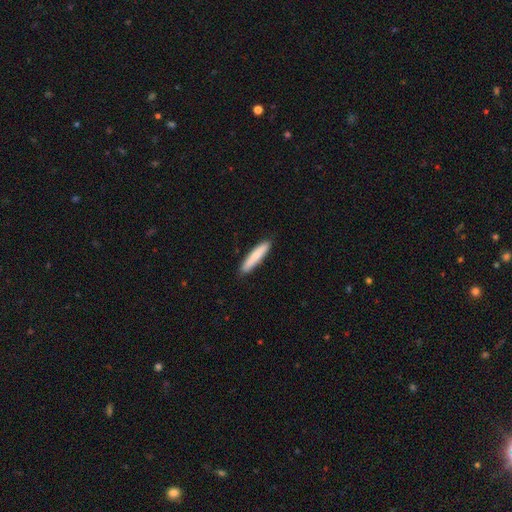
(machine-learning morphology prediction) Smooth or featured? Predicted: smooth (p=0.78). How rounded? Predicted: cigar-shaped (p=0.89). Merging? Predicted: none (p=0.88).